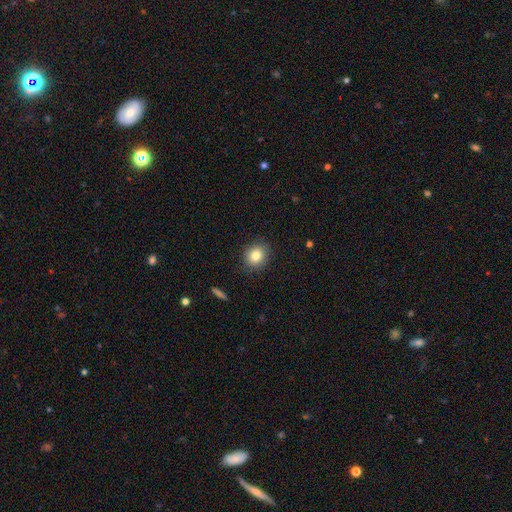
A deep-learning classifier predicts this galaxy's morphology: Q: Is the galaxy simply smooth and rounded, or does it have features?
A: smooth — 82%.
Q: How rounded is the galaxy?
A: round — 74%.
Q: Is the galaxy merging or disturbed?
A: none — 88%.